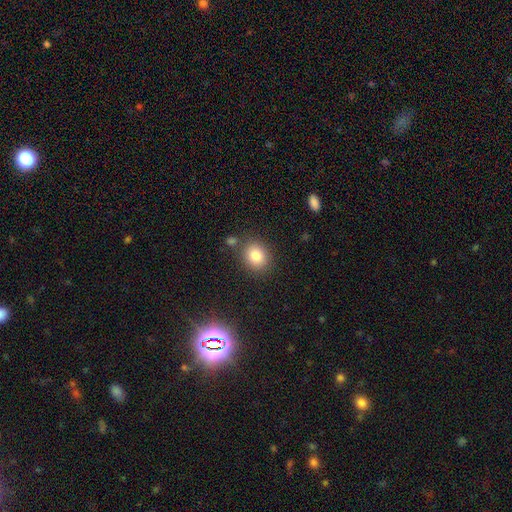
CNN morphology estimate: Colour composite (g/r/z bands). It shows a smooth galaxy with no disk features (83%) that is round (68%). Merging: none (80%).